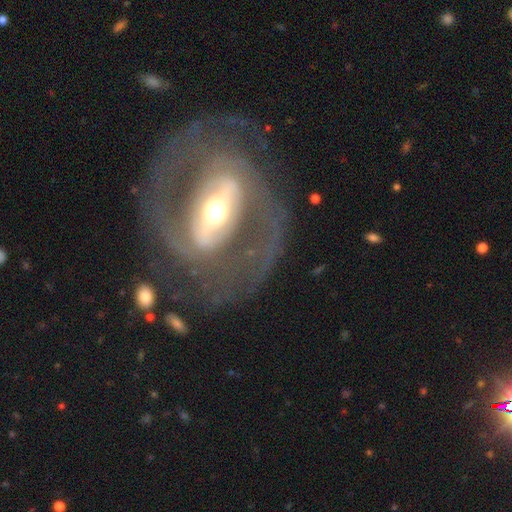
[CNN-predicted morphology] Q: Smooth or featured?
A: featured or disk (87%); runner-up: smooth (8%)
Q: Edge-on disk?
A: no (95%); runner-up: yes (5%)
Q: Bar?
A: strong (62%); runner-up: weak (24%)
Q: Spiral arms?
A: yes (85%); runner-up: no (15%)
Q: Spiral winding?
A: medium (45%); runner-up: tight (40%)
Q: Spiral arm count?
A: 2 (81%); runner-up: can't tell (9%)
Q: Bulge size?
A: moderate (61%); runner-up: small (22%)
Q: Merging?
A: none (73%); runner-up: minor disturbance (13%)